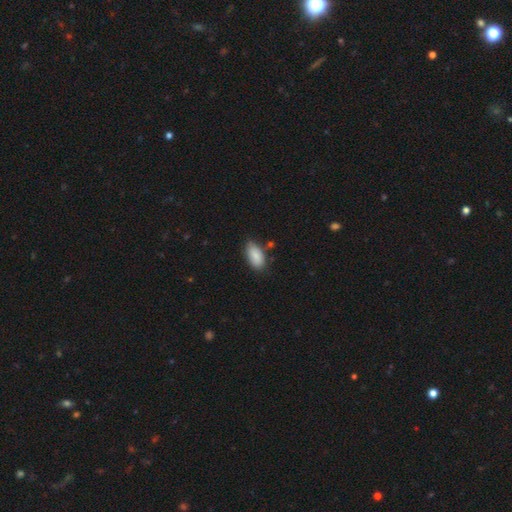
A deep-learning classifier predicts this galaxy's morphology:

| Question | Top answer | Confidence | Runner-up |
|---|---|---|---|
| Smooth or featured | smooth | 85% | featured or disk (9%) |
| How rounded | in between | 94% | cigar-shaped (3%) |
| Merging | none | 73% | minor disturbance (20%) |